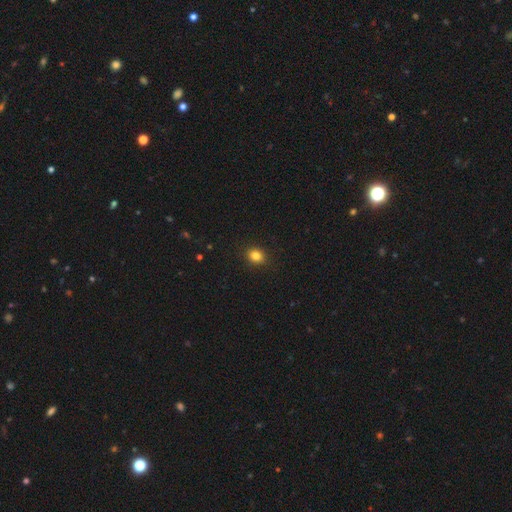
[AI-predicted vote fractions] Smooth or featured? smooth (84%)
How rounded? round (54%)
Merging? none (91%)